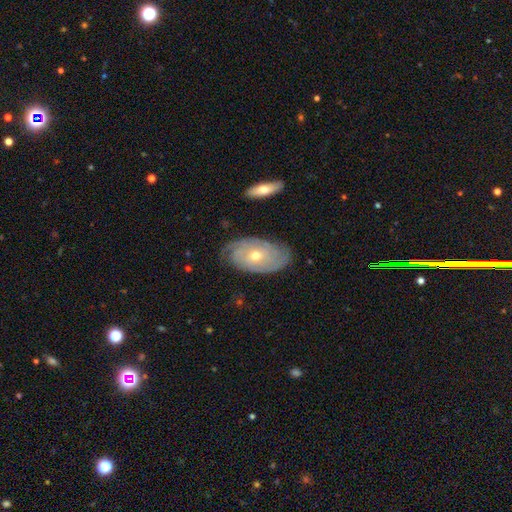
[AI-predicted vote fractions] The model was most divided on "bulge size": moderate: 56%, small: 41%, large: 1%, dominant: 1%, none: 1%. Remaining: edge-on disk — no (93%); spiral arms — yes (88%); bar — no (80%); smooth or featured — featured or disk (76%); merging — none (76%); spiral winding — tight (74%); spiral arm count — can't tell (46%).